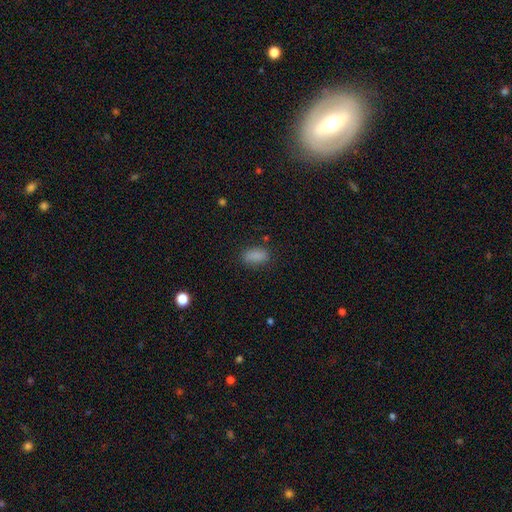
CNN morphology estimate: A smooth galaxy with no disk features (86%) that is in between round and cigar-shaped (89%).

Vote fractions:
- Smooth or featured? smooth: 86% / star or artifact: 10% / featured or disk: 4%
- How rounded? in between: 89% / cigar-shaped: 6% / round: 4%
- Merging? none: 82% / minor disturbance: 13% / major disturbance: 4% / merger: 2%